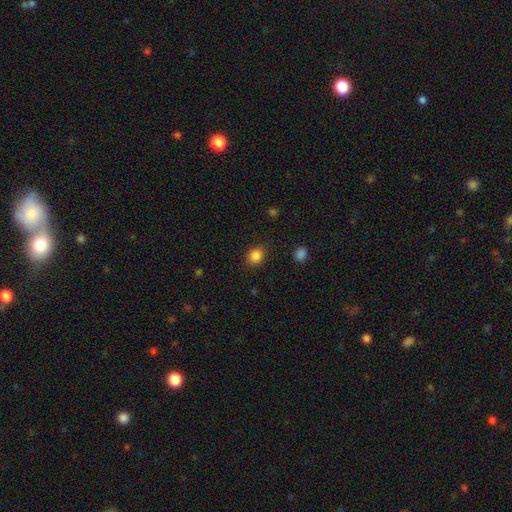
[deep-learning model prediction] smooth 86%, star or artifact 11%, featured or disk 3%. Down the decision tree: how rounded — round (65%); merging — none (86%).